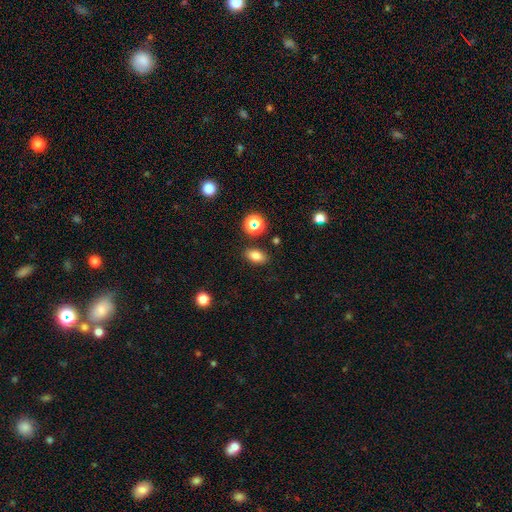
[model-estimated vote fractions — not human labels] Smooth or featured? Predicted: smooth (p=0.80). How rounded? Predicted: in between (p=0.84). Merging? Predicted: none (p=0.86).